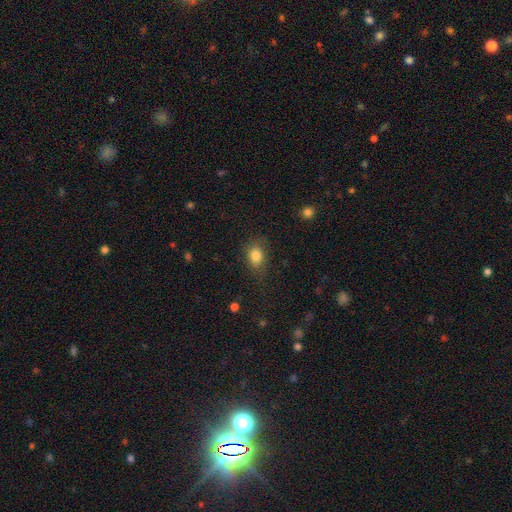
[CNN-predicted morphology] This is clearly a smooth galaxy (83%). How rounded: likely in between (62%). Merging: likely none (73%).